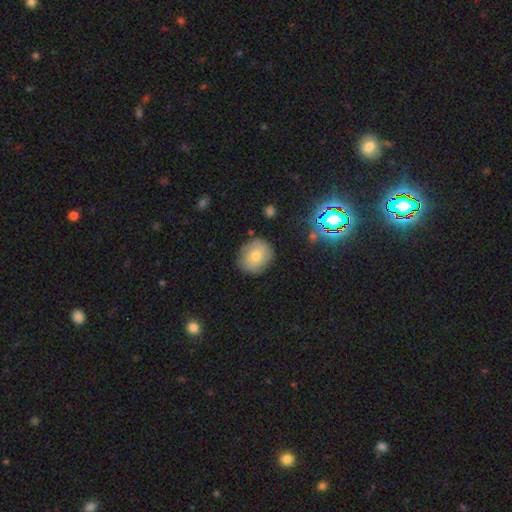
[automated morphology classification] This is likely a smooth galaxy (69%). How rounded: likely round (71%). Merging: clearly none (83%).